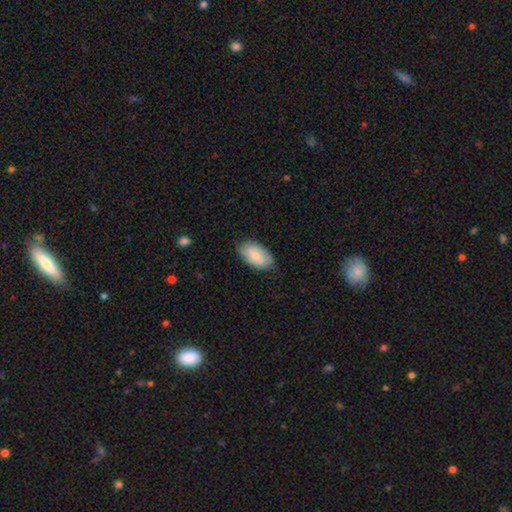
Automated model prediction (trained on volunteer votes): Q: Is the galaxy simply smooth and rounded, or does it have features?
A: smooth — 74%.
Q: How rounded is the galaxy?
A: in between — 95%.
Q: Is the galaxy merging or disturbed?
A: none — 80%.